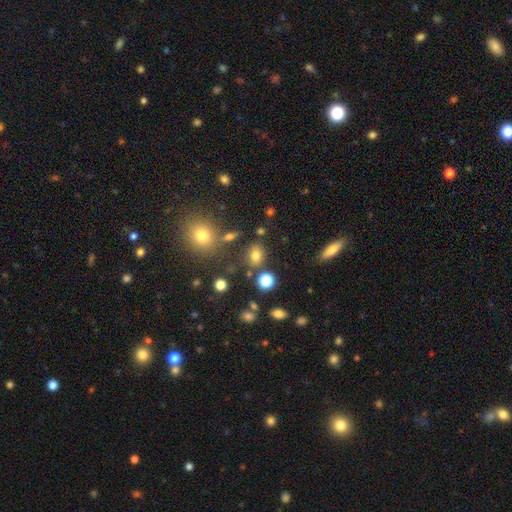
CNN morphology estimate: smooth-or-featured: smooth: 75% | star or artifact: 16% | featured or disk: 9%
  how-rounded: in between: 60% | round: 38% | cigar-shaped: 2%
  merging: none: 75% | minor disturbance: 12% | merger: 8% | major disturbance: 4%